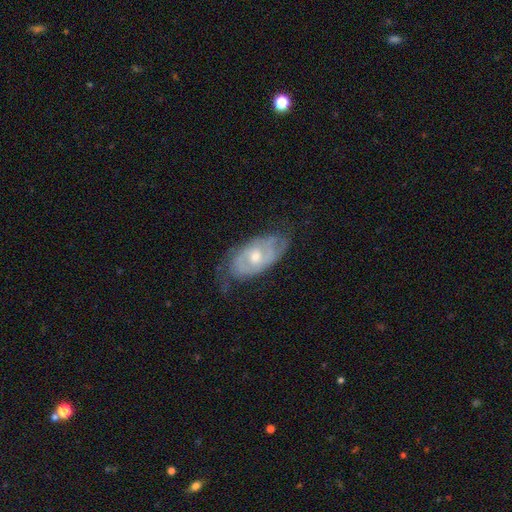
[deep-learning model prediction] Morphology: type=featured or disk (76%); edge-on=no (93%); bar=no (63%); spiral arms=yes (83%); winding=tight (58%); arm count=2 (45%); bulge=moderate (59%); merging=none (64%).